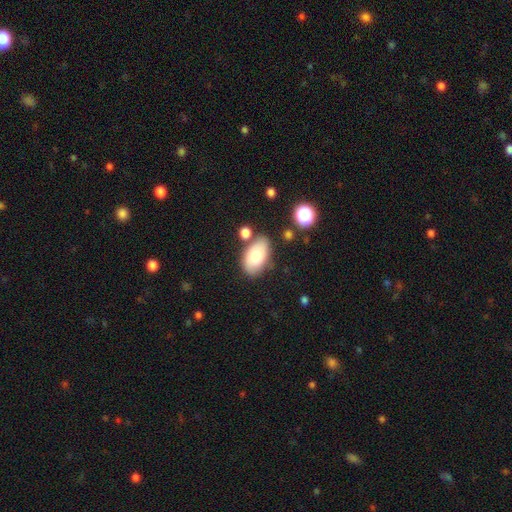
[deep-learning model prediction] Overall: smooth (78%). How rounded: in between (93%). Merging: none (72%).